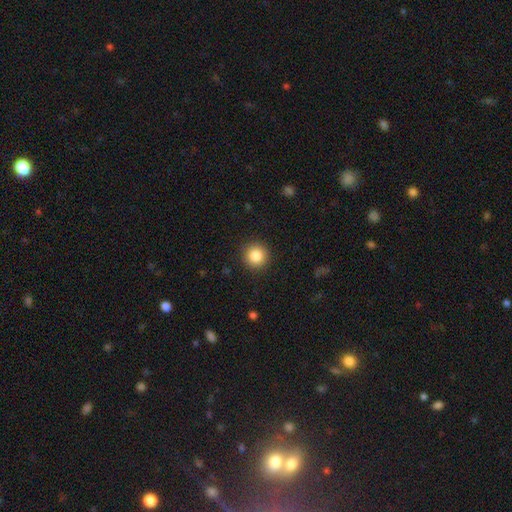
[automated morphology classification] This appears to be a smooth galaxy with no disk features (86%) that is round (95%). Merging: none (91%).